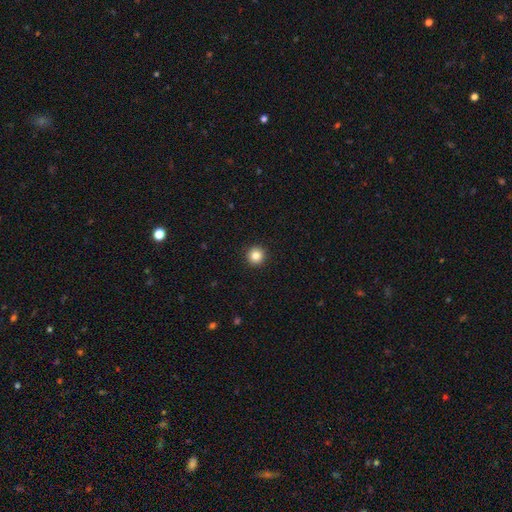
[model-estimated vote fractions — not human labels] smooth 85%, star or artifact 11%, featured or disk 5%. Down the decision tree: how rounded — round (96%); merging — none (94%).